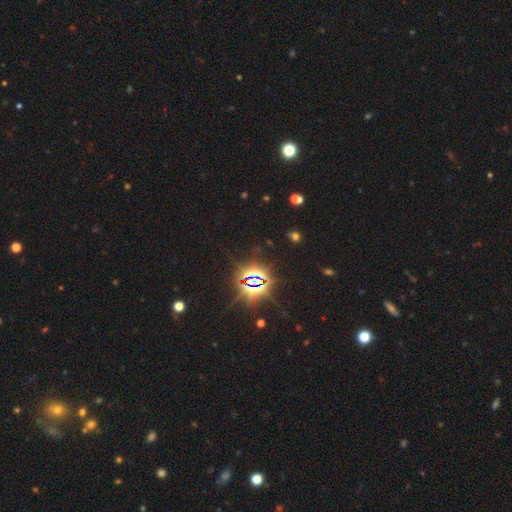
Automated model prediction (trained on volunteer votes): This is clearly a star or artifact rather than a galaxy (84%).